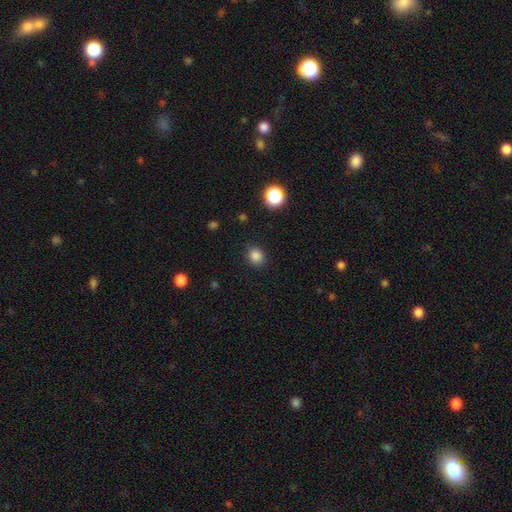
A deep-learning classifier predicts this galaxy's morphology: smooth 85%, star or artifact 12%, featured or disk 3%. Down the decision tree: how rounded — round (74%); merging — none (89%).